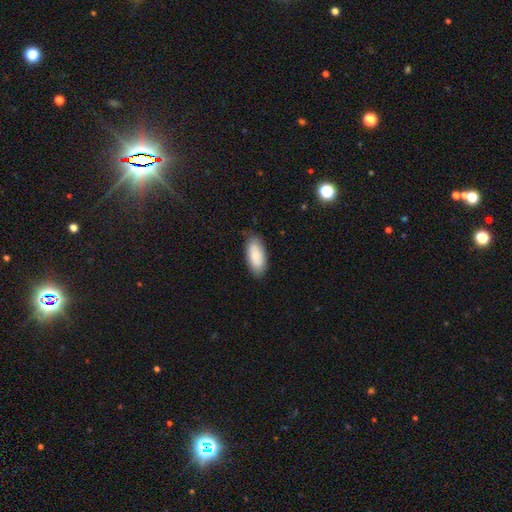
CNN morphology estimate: A smooth galaxy with no disk features (85%) that is in between round and cigar-shaped (87%).

Vote fractions:
- Smooth or featured? smooth: 85% / featured or disk: 9% / star or artifact: 6%
- How rounded? in between: 87% / cigar-shaped: 11% / round: 2%
- Merging? none: 82% / minor disturbance: 15% / major disturbance: 3% / merger: 1%